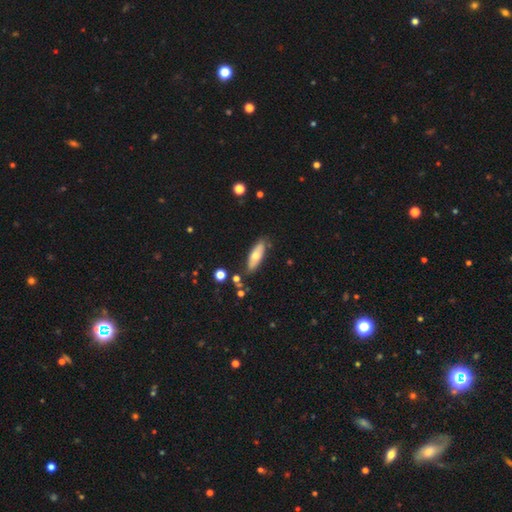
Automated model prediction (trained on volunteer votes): smooth_or_featured: smooth (p=0.59) [alt: featured or disk p=0.35]
how_rounded: in between (p=0.57) [alt: cigar-shaped p=0.41]
merging: none (p=0.80) [alt: minor disturbance p=0.13]